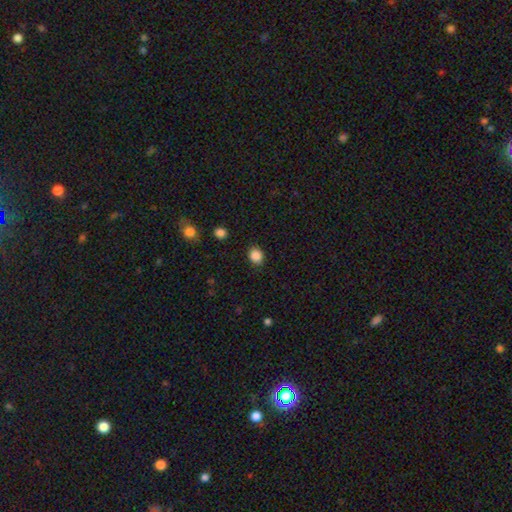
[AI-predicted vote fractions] Smooth or featured?
  - smooth: 87% *
  - star or artifact: 10%
  - featured or disk: 3%
How rounded?
  - round: 60% *
  - in between: 39%
  - cigar-shaped: 1%
Merging?
  - none: 87% *
  - minor disturbance: 9%
  - major disturbance: 2%
  - merger: 1%